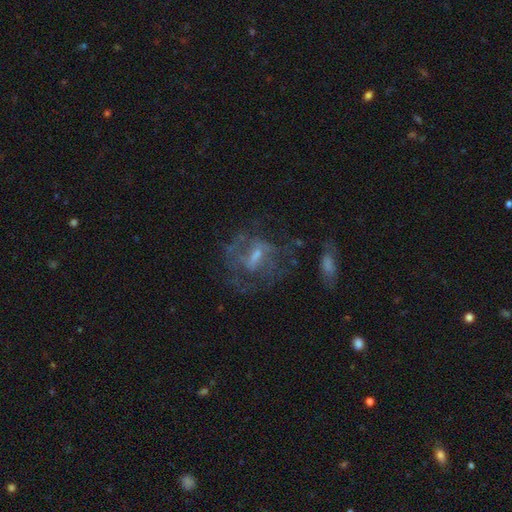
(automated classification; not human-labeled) smooth_or_featured: featured or disk (p=0.69) [alt: smooth p=0.20]
disk_edge_on: no (p=0.94) [alt: yes p=0.06]
bar: weak (p=0.48) [alt: no p=0.28]
has_spiral_arms: yes (p=0.59) [alt: no p=0.41]
bulge_size: small (p=0.42) [alt: moderate p=0.33]
merging: none (p=0.49) [alt: major disturbance p=0.29]